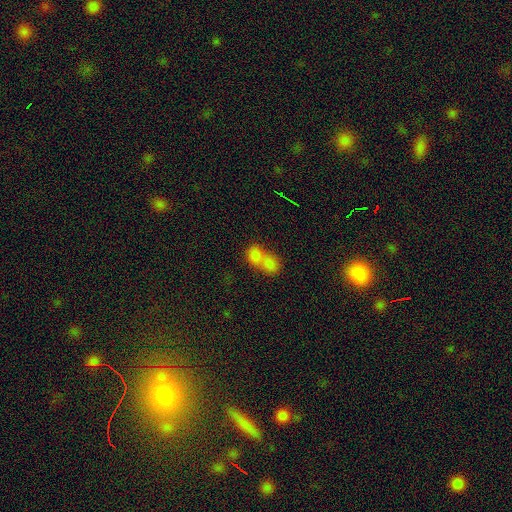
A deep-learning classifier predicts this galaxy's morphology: Overall: smooth (79%). How rounded: in between (61%; round 37%). Merging: merger (75%).